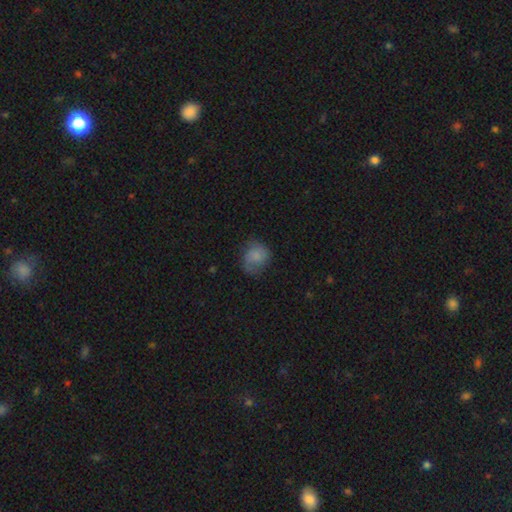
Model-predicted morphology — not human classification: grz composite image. It shows a smooth galaxy with no disk features (71%) that is round (60%). Merging: none (52%).